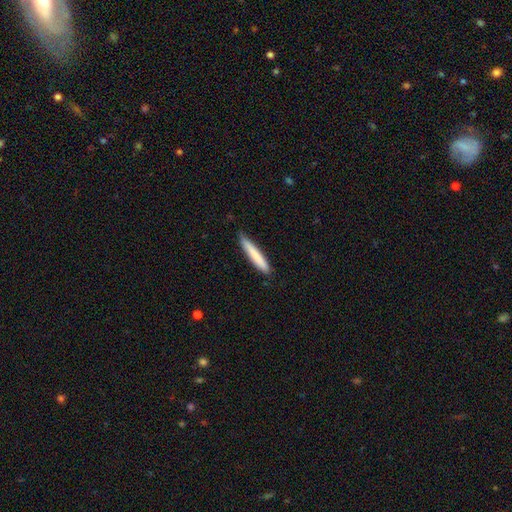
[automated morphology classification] smooth 79%, featured or disk 16%, star or artifact 5%. Down the decision tree: how rounded — cigar-shaped (94%); merging — none (84%).